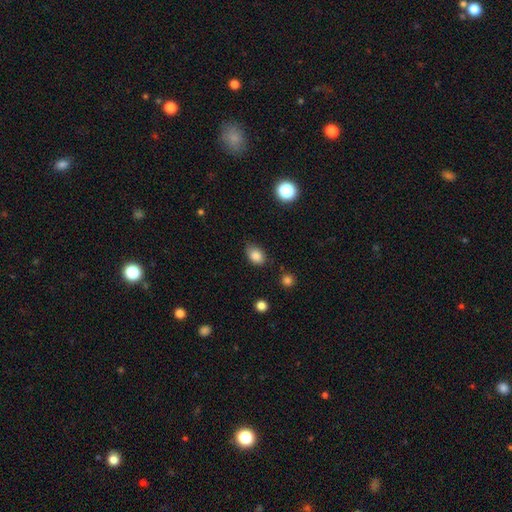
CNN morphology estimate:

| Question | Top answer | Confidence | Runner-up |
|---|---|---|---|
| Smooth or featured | smooth | 85% | star or artifact (10%) |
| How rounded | in between | 78% | round (21%) |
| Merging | none | 77% | minor disturbance (18%) |